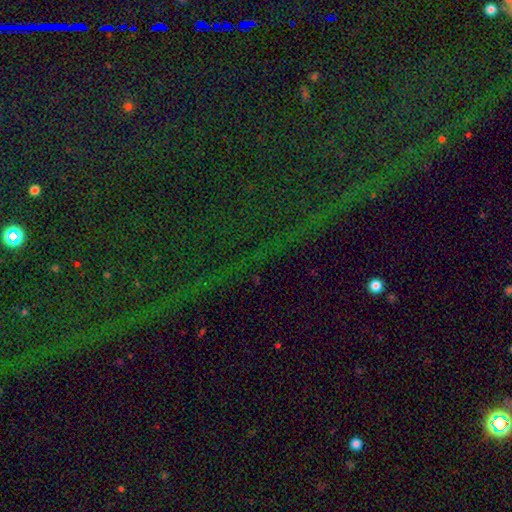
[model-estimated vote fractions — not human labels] Smooth or featured? Predicted: star or artifact (p=0.81).